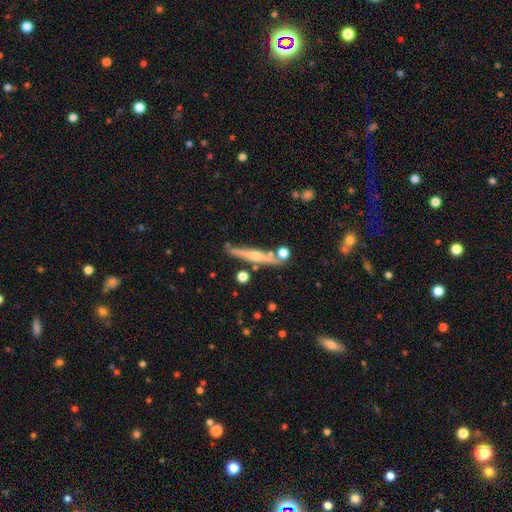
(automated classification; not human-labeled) A featured or disk galaxy (59%) viewed edge-on (94%) with a rounded central bulge (71%).

Vote fractions:
- Smooth or featured? featured or disk: 59% / smooth: 33% / star or artifact: 8%
- Edge-on disk? yes: 94% / no: 6%
- Edge-on bulge? rounded: 71% / none: 22% / boxy: 7%
- Merging? none: 77% / minor disturbance: 13% / merger: 7% / major disturbance: 3%